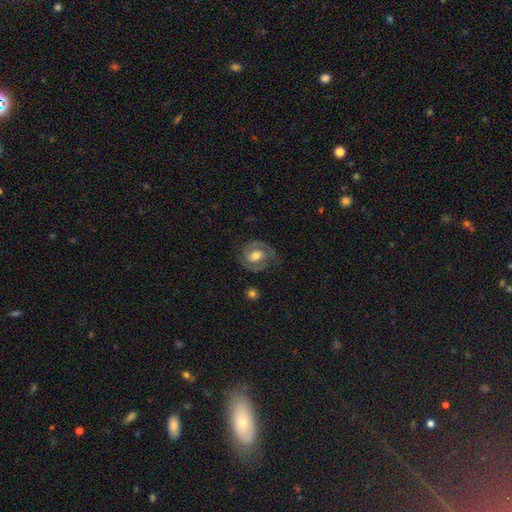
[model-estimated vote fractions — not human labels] Smooth or featured? featured or disk (76%)
Edge-on disk? no (97%)
Bar? no (42%, tied with weak)
Spiral arms? yes (90%)
Spiral winding? tight (50%)
Spiral arm count? 2 (85%)
Bulge size? moderate (68%)
Merging? none (76%)